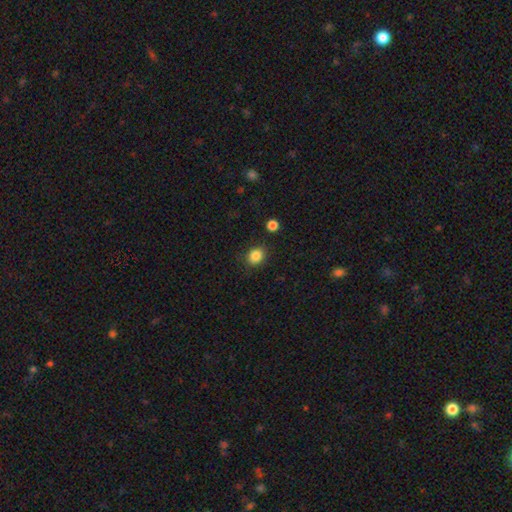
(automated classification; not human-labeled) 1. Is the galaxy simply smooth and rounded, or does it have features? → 85% smooth, 10% star or artifact, 4% featured or disk.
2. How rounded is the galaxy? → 63% round, 36% in between, 1% cigar-shaped.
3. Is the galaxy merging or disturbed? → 85% none, 10% minor disturbance, 3% major disturbance, 3% merger.